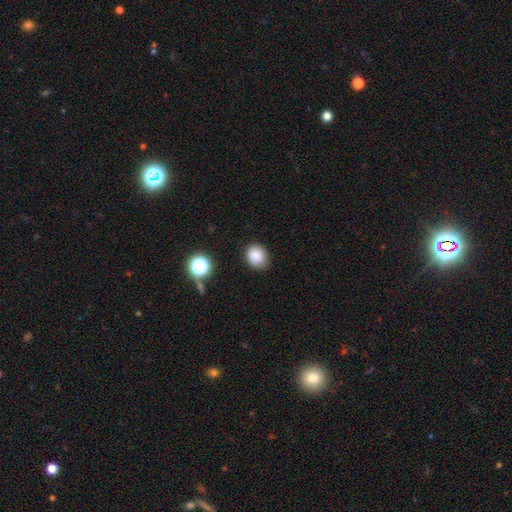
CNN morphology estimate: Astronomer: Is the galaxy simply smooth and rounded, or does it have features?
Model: smooth — 85%.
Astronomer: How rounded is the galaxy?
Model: round — 68%.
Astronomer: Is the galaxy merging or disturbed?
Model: none — 81%.